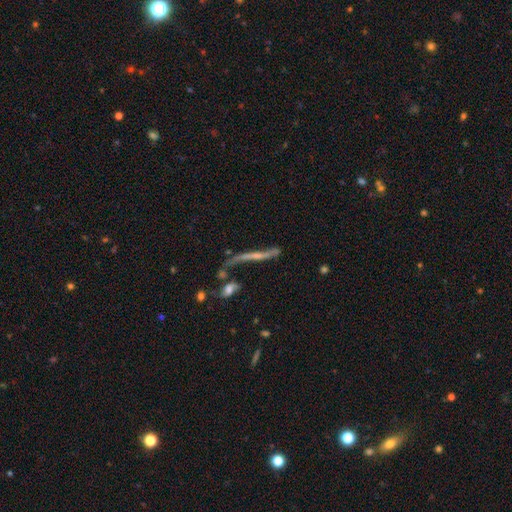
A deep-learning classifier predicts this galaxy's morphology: Q: Smooth or featured?
A: featured or disk (67%); runner-up: smooth (21%)
Q: Edge-on disk?
A: yes (70%); runner-up: no (30%)
Q: Merging?
A: none (39%); runner-up: merger (23%)